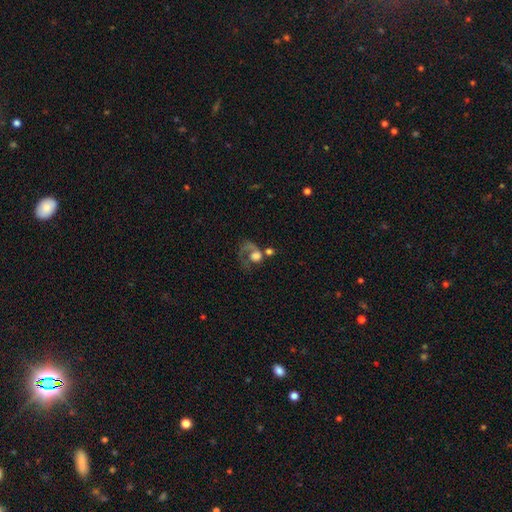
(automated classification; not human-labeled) smooth-or-featured: smooth: 45% | featured or disk: 42% | star or artifact: 13%
  merging: major disturbance: 41% | merger: 24% | none: 23% | minor disturbance: 11%